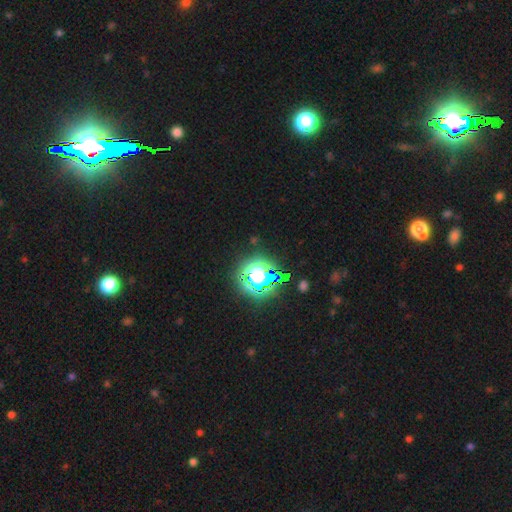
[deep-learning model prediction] Smooth or featured?
  - star or artifact: 77% *
  - smooth: 15%
  - featured or disk: 8%